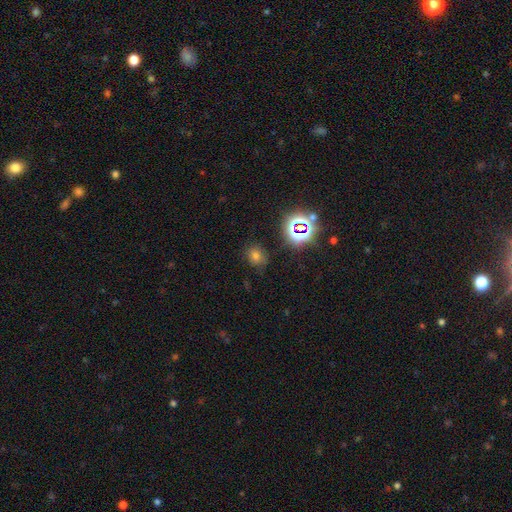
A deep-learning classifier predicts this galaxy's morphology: A smooth galaxy with no disk features (63%) that is round (63%). Merging: none (80%).